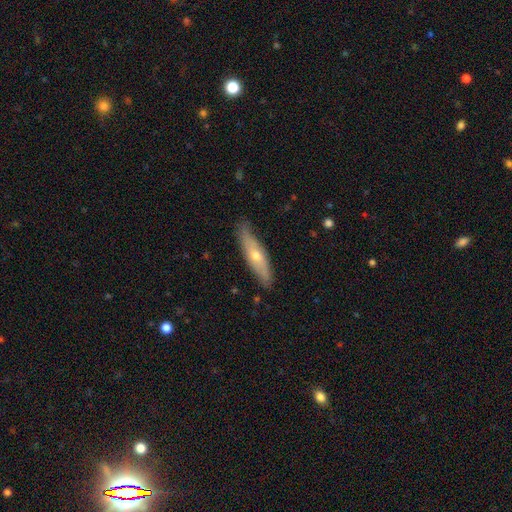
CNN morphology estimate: This is possibly a featured or disk galaxy (49%). Merging: clearly none (81%).